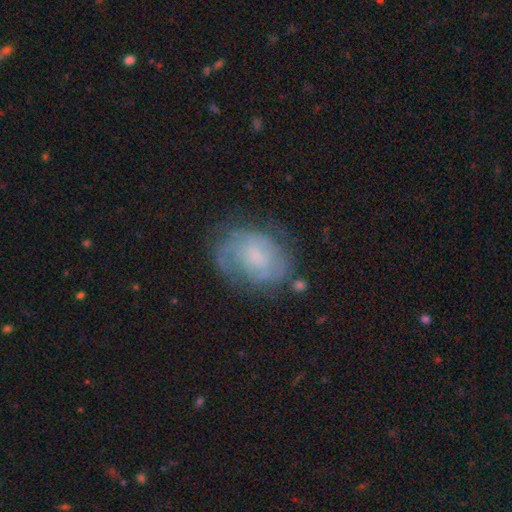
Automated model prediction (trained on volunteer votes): Smooth or featured? featured or disk (61%)
Edge-on disk? no (97%)
Bar? no (61%)
Spiral arms? yes (77%)
Bulge size? small (36%)
Merging? none (63%)